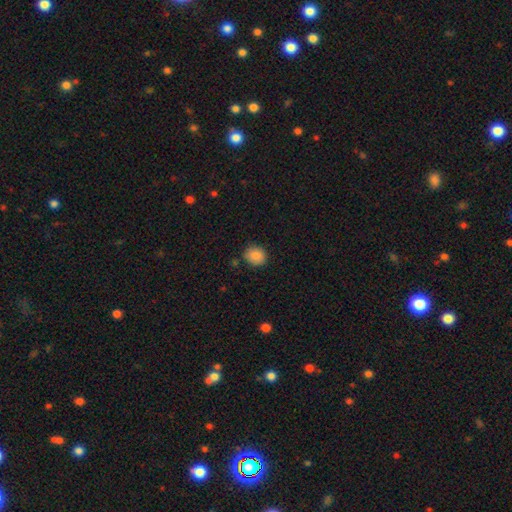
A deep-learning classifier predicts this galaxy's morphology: smooth-or-featured: smooth: 87% | star or artifact: 9% | featured or disk: 5%
  how-rounded: round: 77% | in between: 22% | cigar-shaped: 1%
  merging: none: 84% | minor disturbance: 11% | major disturbance: 3% | merger: 2%